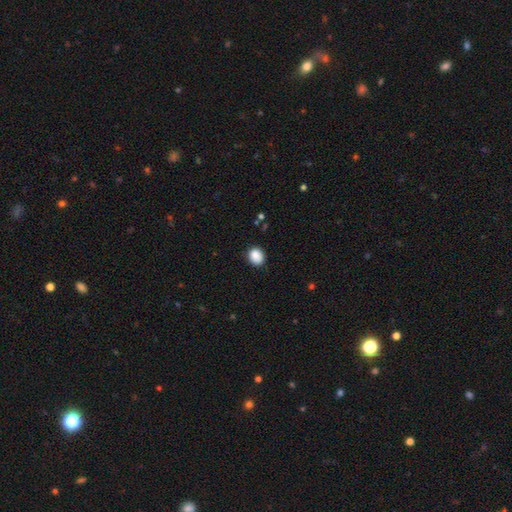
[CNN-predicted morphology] Overall: smooth (87%). How rounded: round (68%; in between 31%). Merging: none (86%).